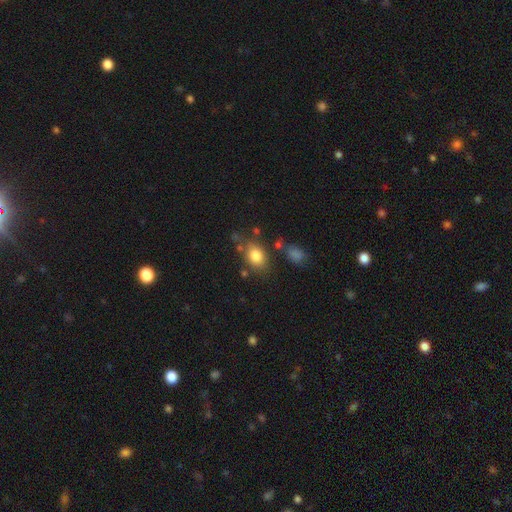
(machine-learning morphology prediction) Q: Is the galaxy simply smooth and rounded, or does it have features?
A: smooth — 81%.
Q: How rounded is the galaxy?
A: in between — 73%.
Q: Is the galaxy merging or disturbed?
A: none — 69%.